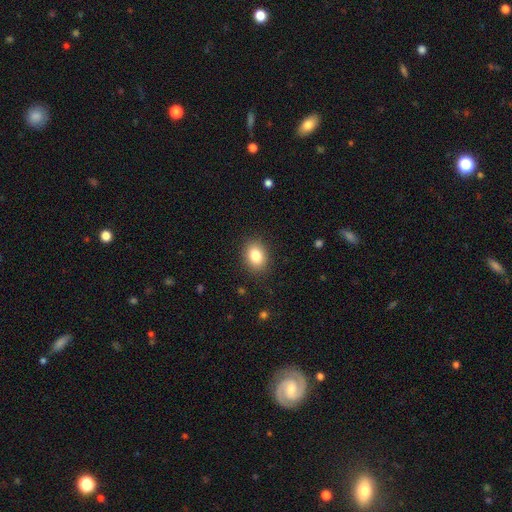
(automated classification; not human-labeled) smooth 83%, star or artifact 9%, featured or disk 7%. Down the decision tree: how rounded — in between (62%); merging — none (88%).